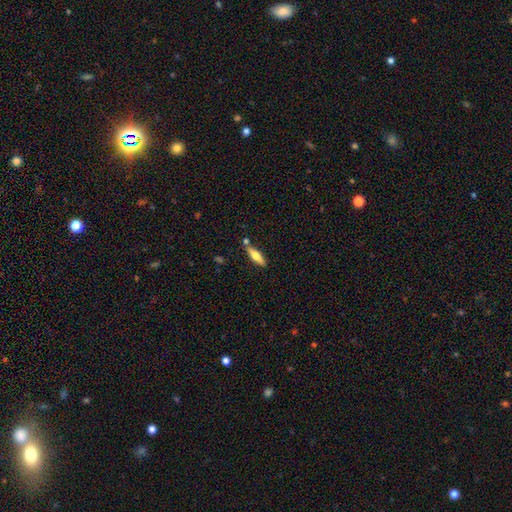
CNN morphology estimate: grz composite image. It shows a smooth galaxy with no disk features (54%) that is cigar-shaped (63%). Merging: none (77%).